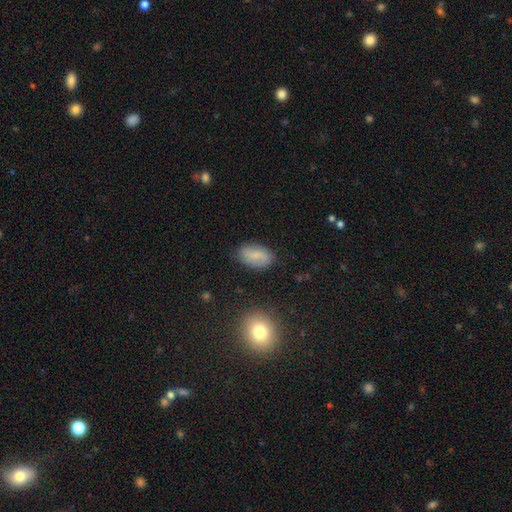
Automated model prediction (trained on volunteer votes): Smooth or featured: smooth — 66% (featured or disk — 25%)
How rounded: in between — 90% (round — 7%)
Merging: none — 82% (minor disturbance — 13%)